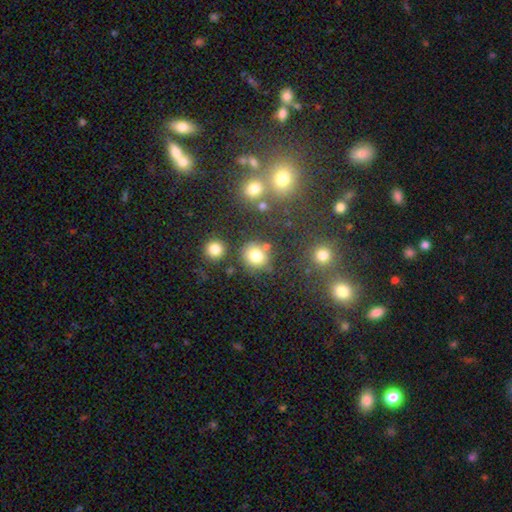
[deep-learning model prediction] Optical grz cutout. It shows a smooth galaxy with no disk features (77%) that is round (83%). Merging: none (73%).